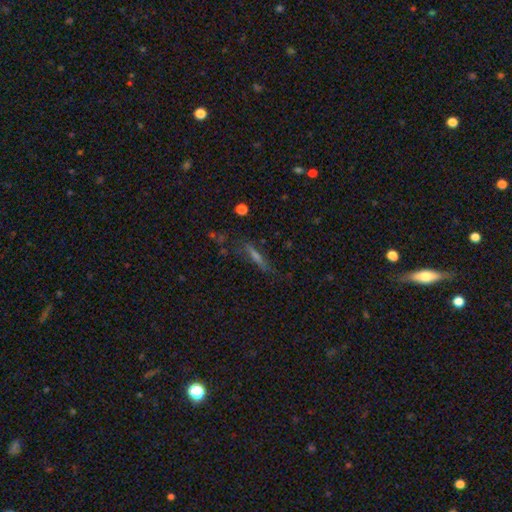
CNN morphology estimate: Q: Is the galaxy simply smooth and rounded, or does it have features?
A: featured or disk — 42%.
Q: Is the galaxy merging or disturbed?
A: none — 72%.